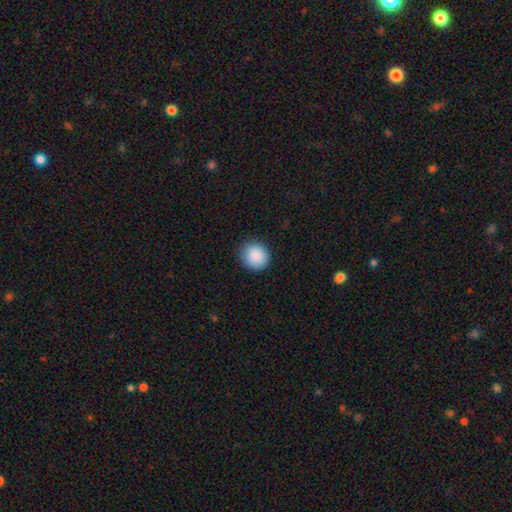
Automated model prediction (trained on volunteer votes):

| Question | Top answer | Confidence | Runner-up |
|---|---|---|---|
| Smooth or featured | smooth | 89% | star or artifact (8%) |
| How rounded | round | 88% | in between (11%) |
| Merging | none | 89% | minor disturbance (8%) |